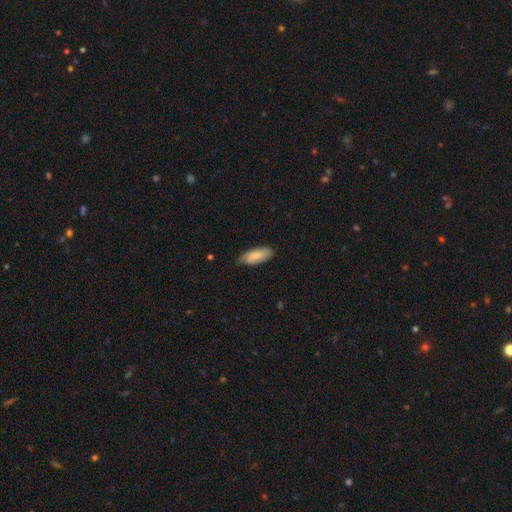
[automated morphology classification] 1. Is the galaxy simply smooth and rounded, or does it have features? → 69% smooth, 25% featured or disk, 6% star or artifact.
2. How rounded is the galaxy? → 81% in between, 17% cigar-shaped, 2% round.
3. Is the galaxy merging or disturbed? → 71% none, 24% minor disturbance, 4% major disturbance, 1% merger.